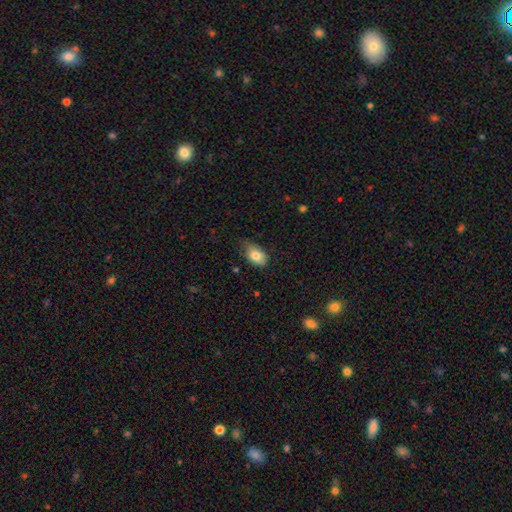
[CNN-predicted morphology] This is likely a smooth galaxy (79%). How rounded: clearly in between (87%). Merging: possibly none (49%).